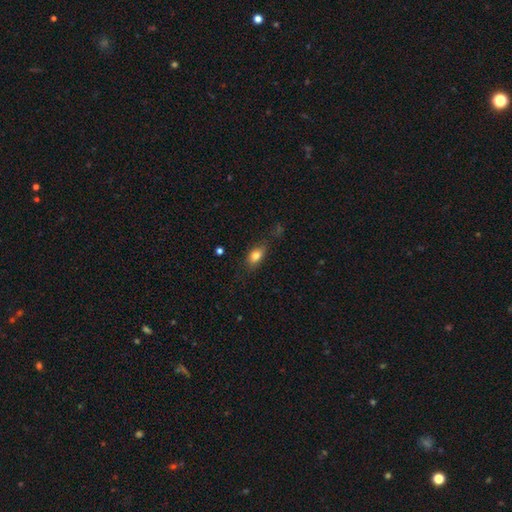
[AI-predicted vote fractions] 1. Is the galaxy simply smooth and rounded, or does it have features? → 80% smooth, 11% featured or disk, 9% star or artifact.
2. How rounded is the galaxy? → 83% in between, 11% round, 6% cigar-shaped.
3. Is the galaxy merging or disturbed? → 73% none, 19% minor disturbance, 6% major disturbance, 2% merger.